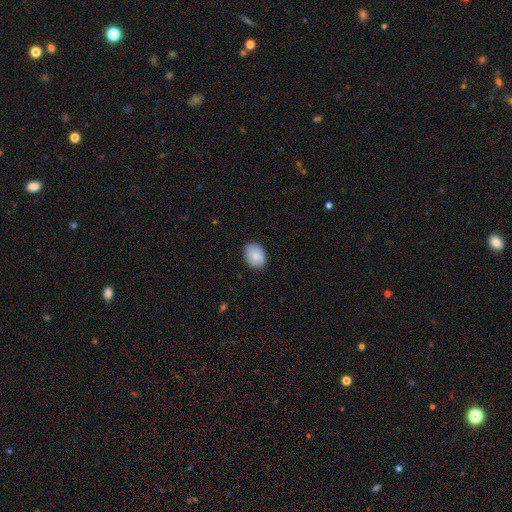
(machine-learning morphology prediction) type=smooth (83%); roundness=in between (69%); merging=none (82%).